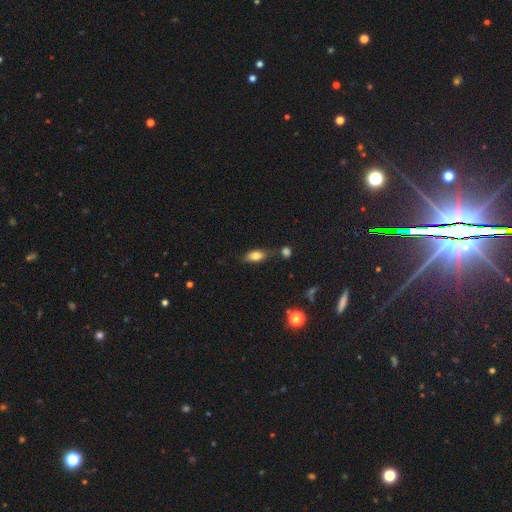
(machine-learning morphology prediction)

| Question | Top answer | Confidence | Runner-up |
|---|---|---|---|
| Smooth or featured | smooth | 77% | featured or disk (15%) |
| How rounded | in between | 85% | cigar-shaped (9%) |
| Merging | none | 69% | minor disturbance (18%) |